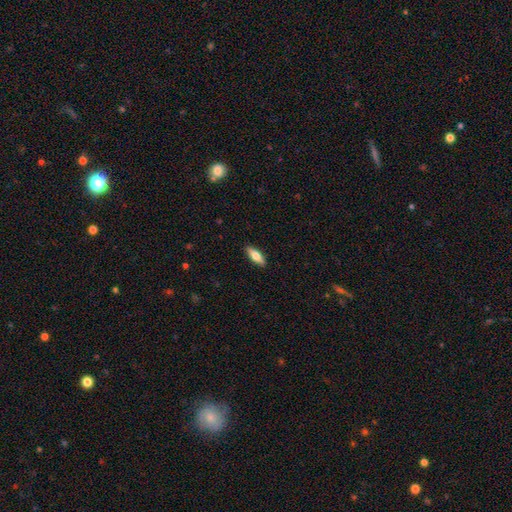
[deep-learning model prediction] A smooth galaxy with no disk features (72%) that is in between round and cigar-shaped (62%). Merging: none (90%).